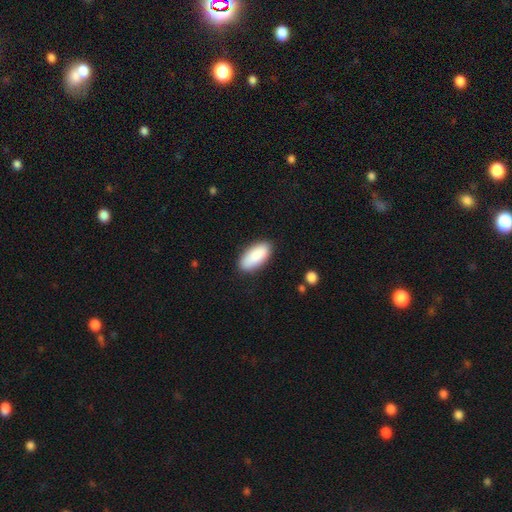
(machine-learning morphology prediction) Smooth or featured?
  - smooth: 89% *
  - star or artifact: 6%
  - featured or disk: 5%
How rounded?
  - in between: 90% *
  - cigar-shaped: 8%
  - round: 2%
Merging?
  - none: 86% *
  - minor disturbance: 10%
  - major disturbance: 2%
  - merger: 1%